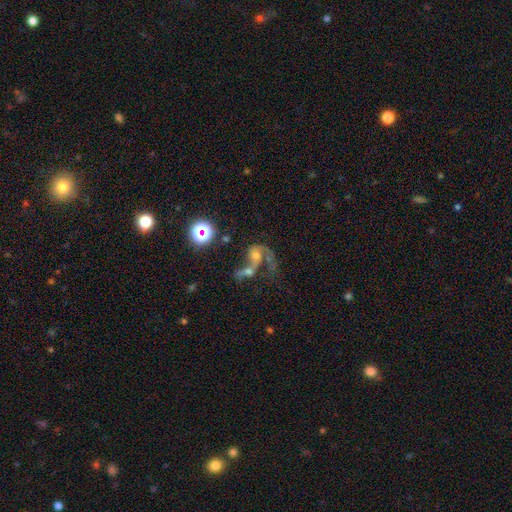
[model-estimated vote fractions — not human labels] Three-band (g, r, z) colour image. It shows a featured or disk galaxy (54%) with no bar (72%), spiral arms (64%) and a moderate central bulge (45%). Merging: merger (65%).